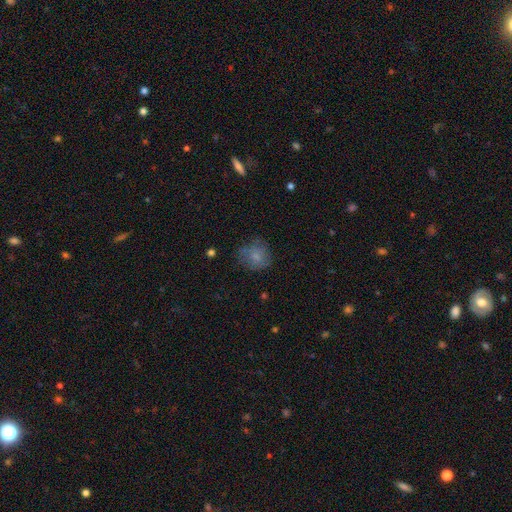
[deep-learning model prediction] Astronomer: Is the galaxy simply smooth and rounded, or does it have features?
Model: smooth — 74%.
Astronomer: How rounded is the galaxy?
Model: round — 79%.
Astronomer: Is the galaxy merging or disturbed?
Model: none — 68%.